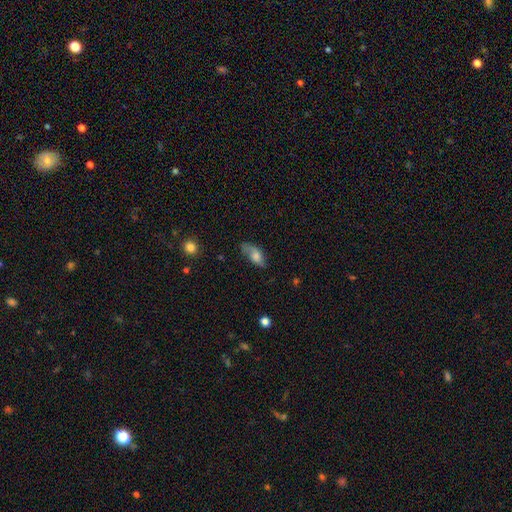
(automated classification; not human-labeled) Smooth or featured?
  - smooth: 58% *
  - featured or disk: 35%
  - star or artifact: 8%
How rounded?
  - in between: 84% *
  - cigar-shaped: 12%
  - round: 4%
Merging?
  - none: 54% *
  - minor disturbance: 31%
  - major disturbance: 13%
  - merger: 2%